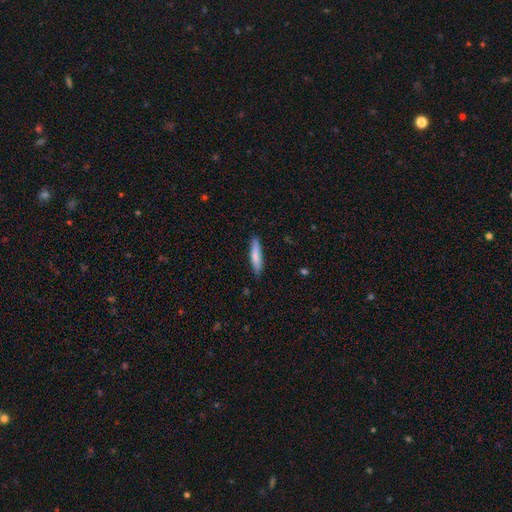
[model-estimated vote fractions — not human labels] Q: Smooth or featured?
A: smooth (77%); runner-up: featured or disk (17%)
Q: How rounded?
A: cigar-shaped (84%); runner-up: in between (15%)
Q: Merging?
A: none (86%); runner-up: minor disturbance (11%)